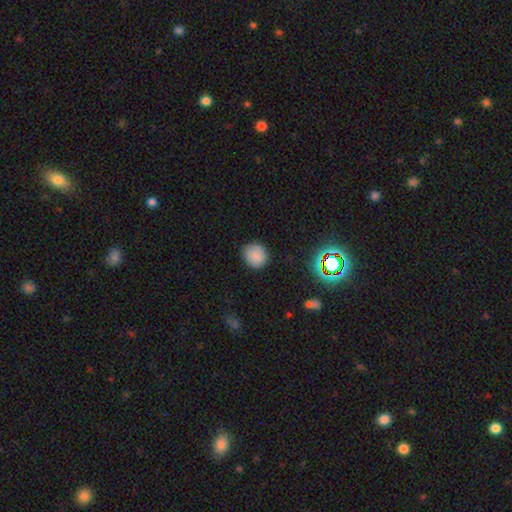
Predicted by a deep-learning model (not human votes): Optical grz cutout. It shows a smooth galaxy with no disk features (84%) that is round (84%). Merging: none (85%).